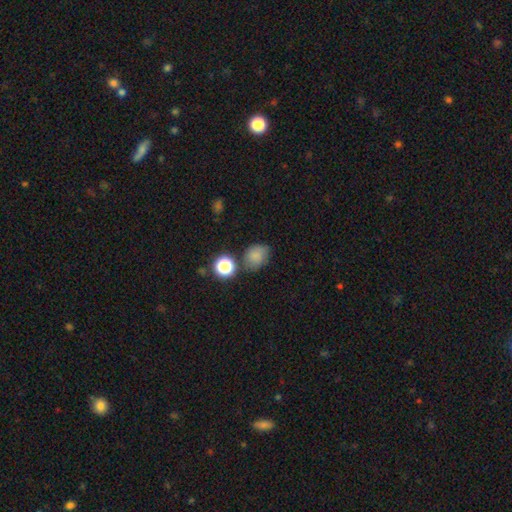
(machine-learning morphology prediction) smooth 78%, star or artifact 14%, featured or disk 8%. Down the decision tree: how rounded — round (52%); merging — none (66%).